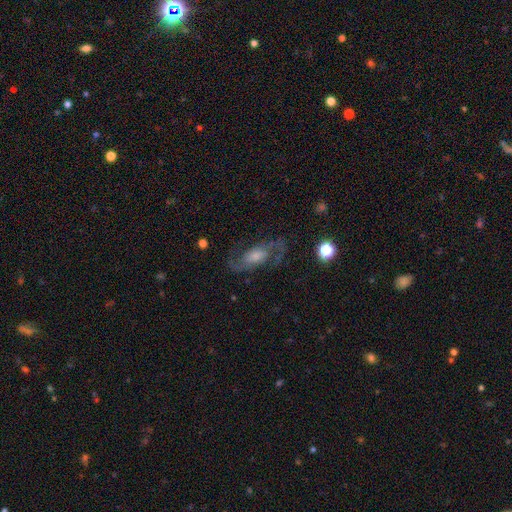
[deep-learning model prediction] A featured or disk galaxy (84%) with no bar (51%), 2 (92%) medium (55%) spiral arms (96%) and a moderate central bulge (41%). Merging: none (78%).